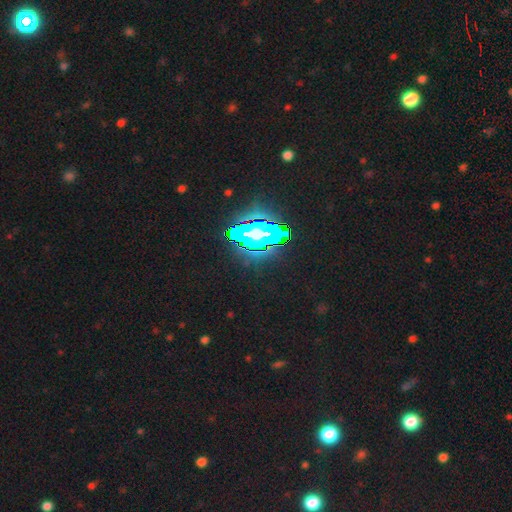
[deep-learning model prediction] This is clearly a star or artifact rather than a galaxy (81%).